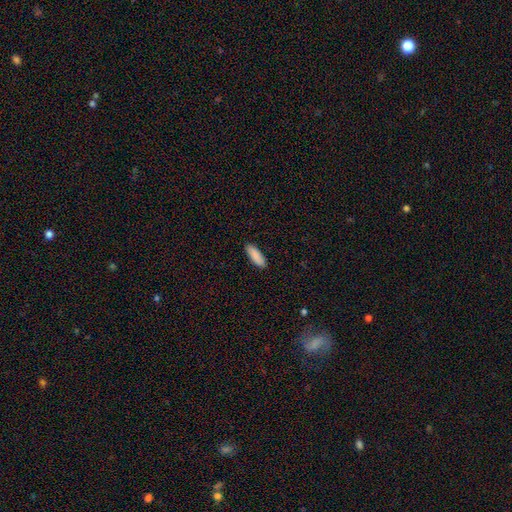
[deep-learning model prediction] Smooth or featured?
  - smooth: 90% *
  - star or artifact: 6%
  - featured or disk: 5%
How rounded?
  - in between: 55% *
  - cigar-shaped: 44%
  - round: 1%
Merging?
  - none: 90% *
  - minor disturbance: 7%
  - major disturbance: 2%
  - merger: 1%